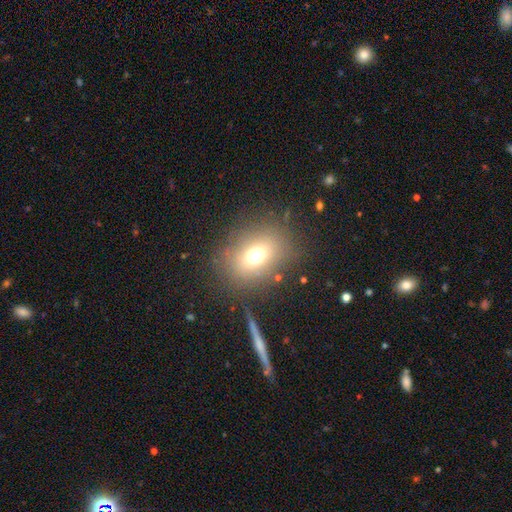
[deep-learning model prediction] Morphology: type=smooth (66%); roundness=round (50%); merging=none (78%).